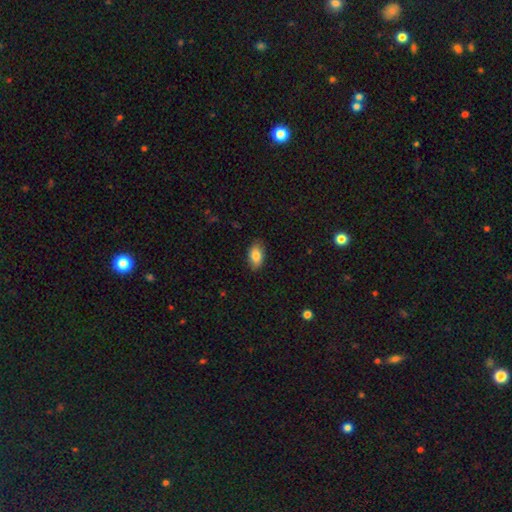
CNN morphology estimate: Smooth or featured? Predicted: smooth (p=0.84). How rounded? Predicted: in between (p=0.92). Merging? Predicted: none (p=0.86).